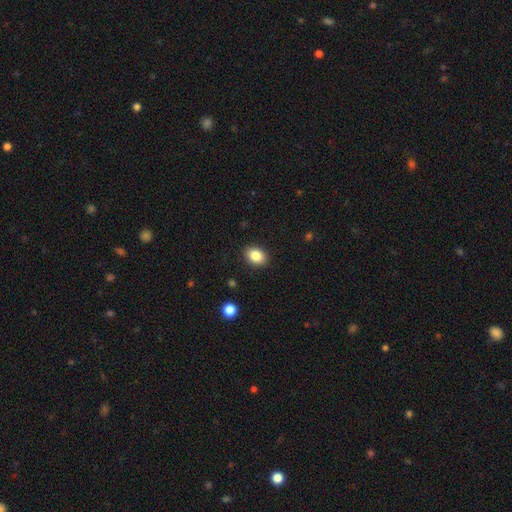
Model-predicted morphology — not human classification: This is clearly a smooth galaxy (85%). How rounded: likely in between (68%). Merging: clearly none (89%).